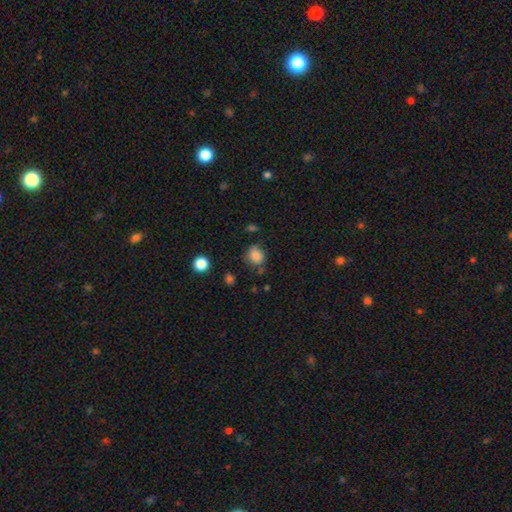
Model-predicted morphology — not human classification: This appears to be a smooth galaxy with no disk features (81%) that is round (60%). Merging: none (70%).